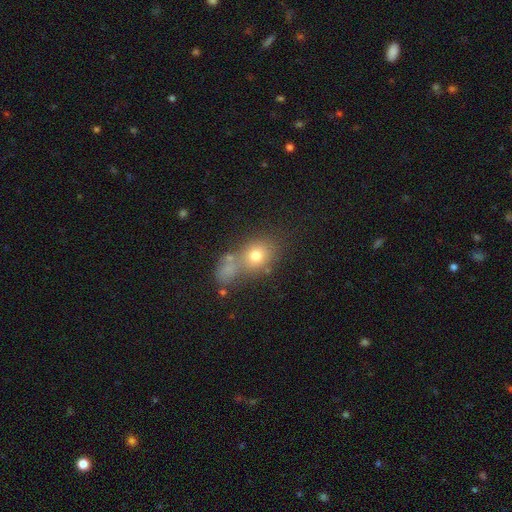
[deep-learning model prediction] smooth 72%, featured or disk 15%, star or artifact 13%. Down the decision tree: how rounded — round (51%); merging — none (44%).